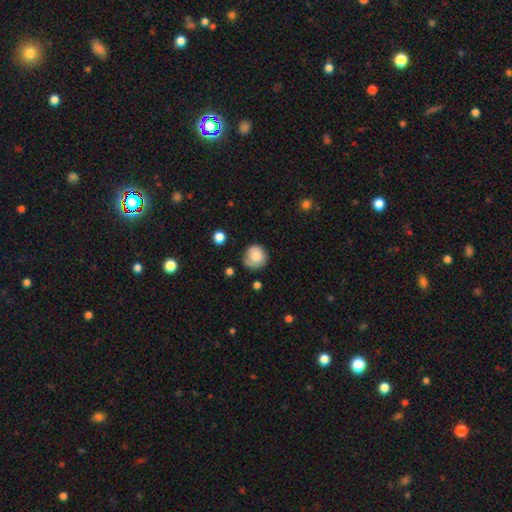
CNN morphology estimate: The model was most divided on "merging": none: 65%, minor disturbance: 25%, major disturbance: 7%, merger: 3%. More confident: how rounded — round (89%); smooth or featured — smooth (79%).